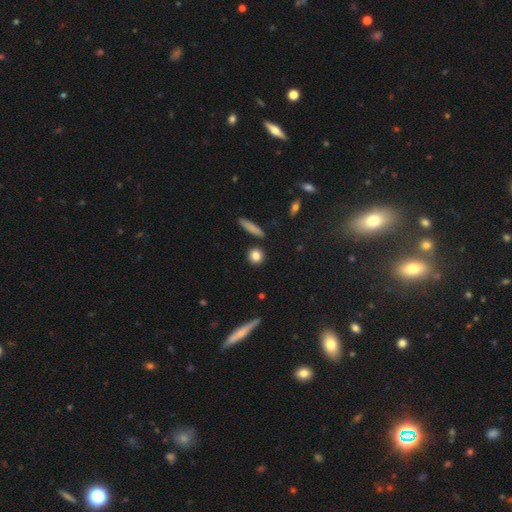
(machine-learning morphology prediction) Smooth or featured? smooth (83%)
How rounded? round (84%)
Merging? none (87%)